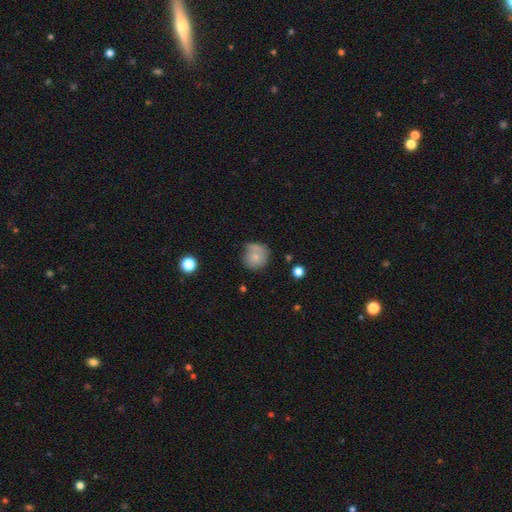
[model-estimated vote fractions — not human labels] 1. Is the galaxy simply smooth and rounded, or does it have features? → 73% smooth, 18% featured or disk, 9% star or artifact.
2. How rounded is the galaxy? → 88% round, 11% in between, 1% cigar-shaped.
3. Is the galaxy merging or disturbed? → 56% none, 28% minor disturbance, 10% major disturbance, 6% merger.